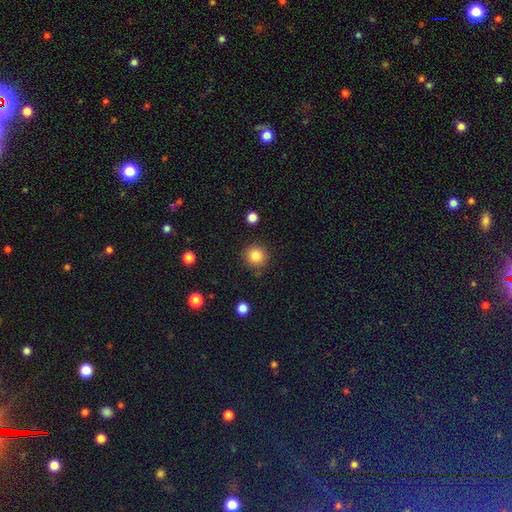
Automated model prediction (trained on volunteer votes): A smooth galaxy with no disk features (85%) that is round (92%).

Vote fractions:
- Smooth or featured? smooth: 85% / star or artifact: 11% / featured or disk: 5%
- How rounded? round: 92% / in between: 7% / cigar-shaped: 1%
- Merging? none: 87% / minor disturbance: 8% / major disturbance: 3% / merger: 2%